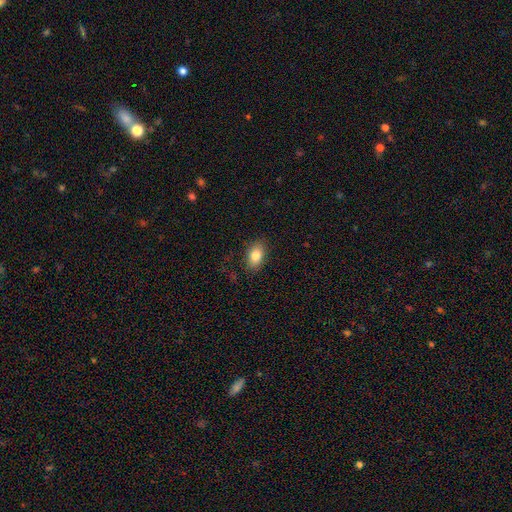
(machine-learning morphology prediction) This is clearly a smooth galaxy (83%). How rounded: clearly in between (89%). Merging: clearly none (86%).